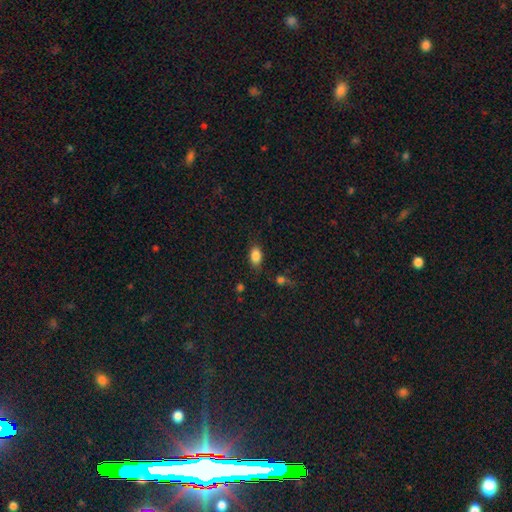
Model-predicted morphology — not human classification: Q: Smooth or featured?
A: smooth (85%); runner-up: star or artifact (9%)
Q: How rounded?
A: in between (87%); runner-up: round (10%)
Q: Merging?
A: none (78%); runner-up: minor disturbance (15%)